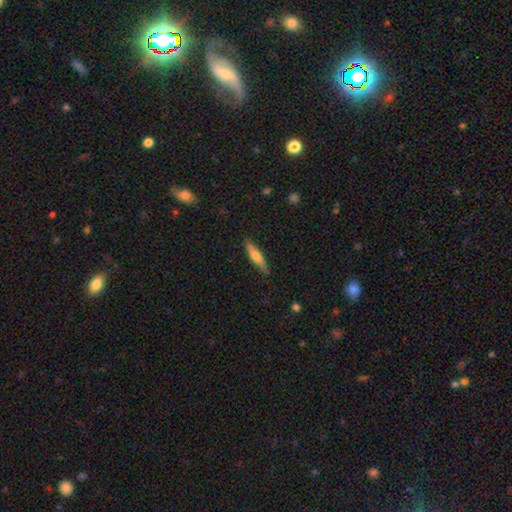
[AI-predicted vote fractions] Overall: smooth (59%; featured or disk 35%). How rounded: cigar-shaped (83%). Merging: none (84%).